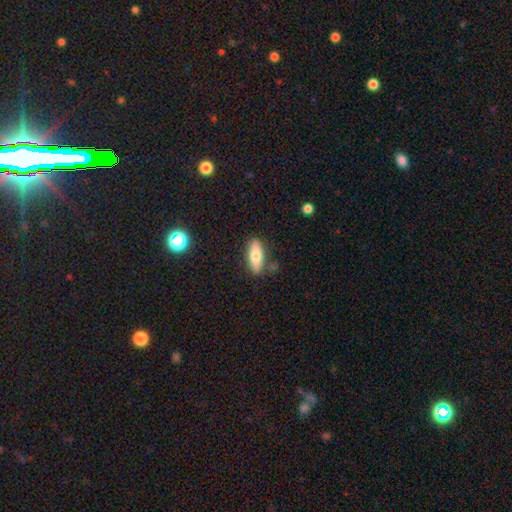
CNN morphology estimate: Overall: smooth (71%). How rounded: in between (64%; cigar-shaped 33%). Merging: none (81%).